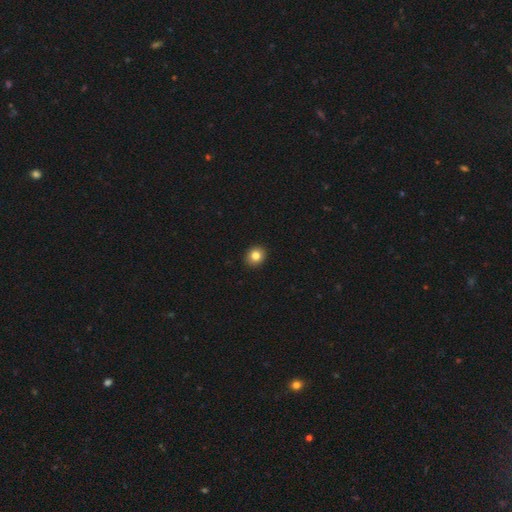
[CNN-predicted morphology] Smooth or featured? smooth (83%)
How rounded? round (80%)
Merging? none (93%)